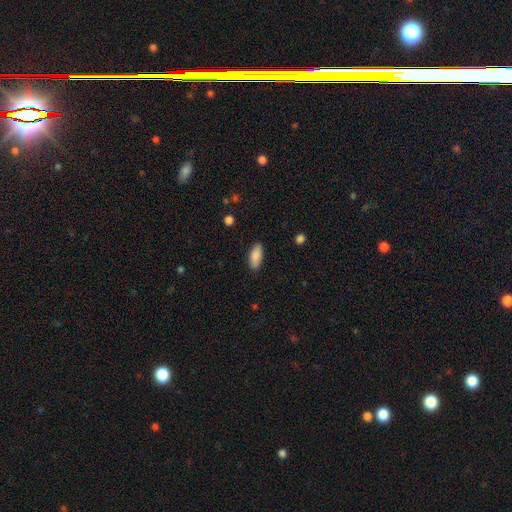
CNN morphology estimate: Smooth or featured: smooth — 89% (star or artifact — 6%)
How rounded: in between — 84% (cigar-shaped — 14%)
Merging: none — 87% (minor disturbance — 9%)